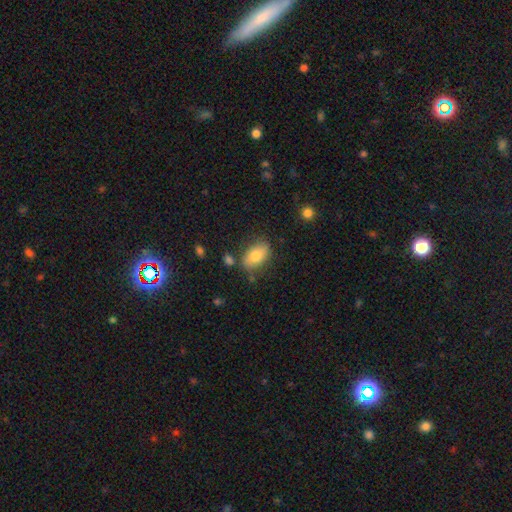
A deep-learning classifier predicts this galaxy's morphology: smooth-or-featured: smooth: 77% | featured or disk: 16% | star or artifact: 7%
  how-rounded: in between: 90% | round: 8% | cigar-shaped: 2%
  merging: none: 76% | minor disturbance: 16% | merger: 4% | major disturbance: 4%